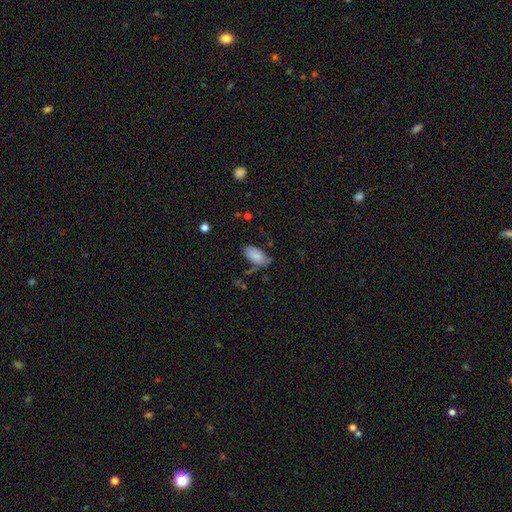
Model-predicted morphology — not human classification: Smooth or featured? Predicted: smooth (p=0.84). How rounded? Predicted: in between (p=0.95). Merging? Predicted: none (p=0.64).